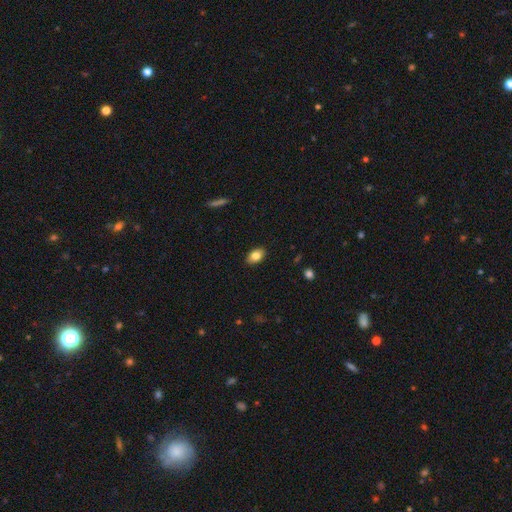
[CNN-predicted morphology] Smooth or featured? Predicted: smooth (p=0.83). How rounded? Predicted: in between (p=0.87). Merging? Predicted: none (p=0.89).